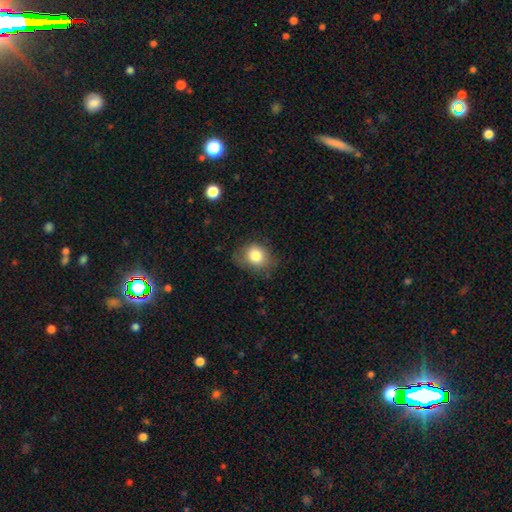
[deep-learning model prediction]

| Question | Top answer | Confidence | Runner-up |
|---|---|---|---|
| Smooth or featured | smooth | 81% | featured or disk (10%) |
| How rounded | round | 52% | in between (47%) |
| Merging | none | 68% | minor disturbance (23%) |